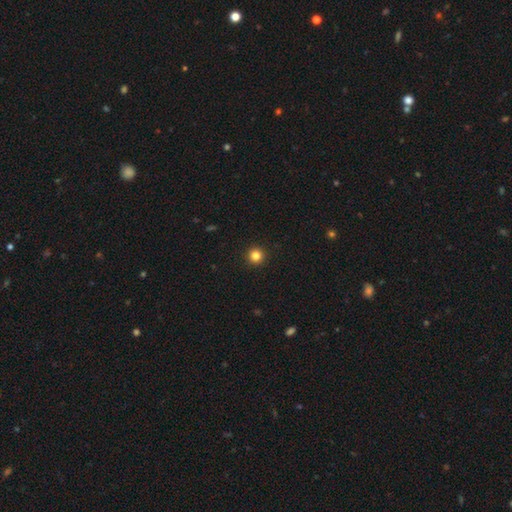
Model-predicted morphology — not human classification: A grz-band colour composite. It shows a smooth galaxy with no disk features (84%) that is round (96%). Merging: none (94%).